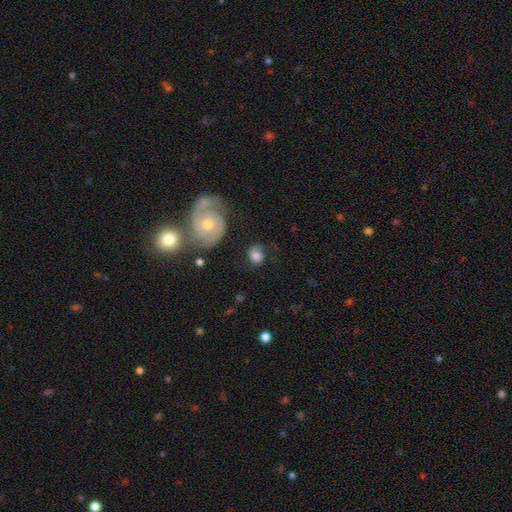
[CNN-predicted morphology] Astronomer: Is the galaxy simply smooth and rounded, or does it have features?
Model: smooth — 68%.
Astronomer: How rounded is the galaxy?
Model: round — 62% (runner-up: in between, 37%).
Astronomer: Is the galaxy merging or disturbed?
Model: none — 54%.